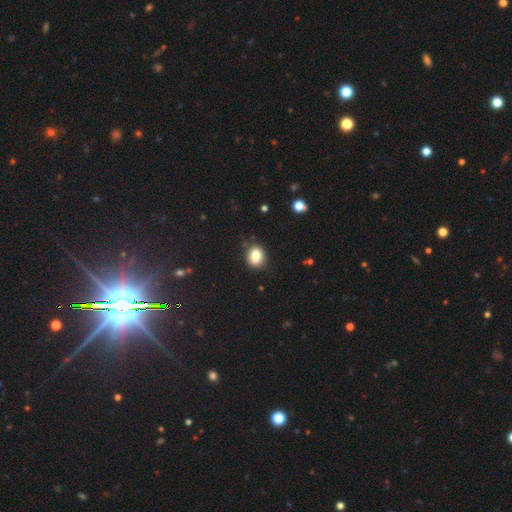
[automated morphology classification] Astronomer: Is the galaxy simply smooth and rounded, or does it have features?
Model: smooth — 83%.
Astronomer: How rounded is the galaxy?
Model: round — 51% (runner-up: in between, 48%).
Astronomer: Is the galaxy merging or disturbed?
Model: none — 84%.